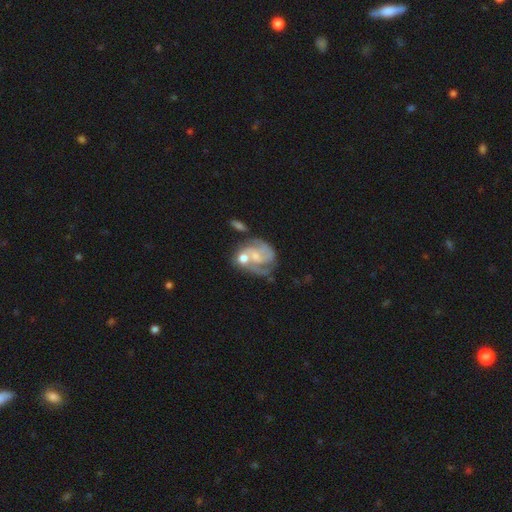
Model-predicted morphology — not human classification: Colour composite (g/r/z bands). It shows a featured or disk galaxy (78%) with no bar (59%), 2 (61%) medium (47%) spiral arms (90%) and a small central bulge (49%). Merging: merger (35%).